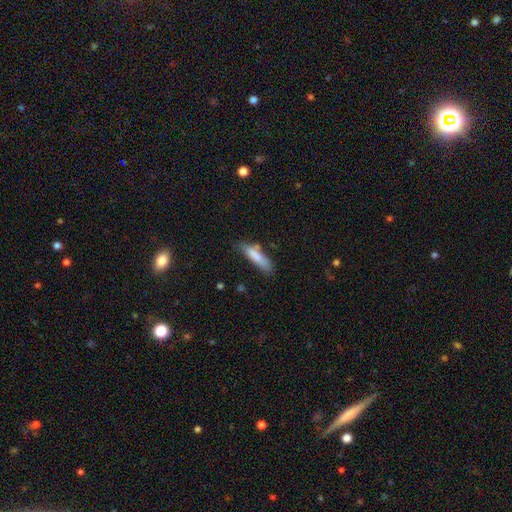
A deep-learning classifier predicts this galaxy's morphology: This appears to be a smooth galaxy with no disk features (79%) that is cigar-shaped (66%). Merging: none (56%).